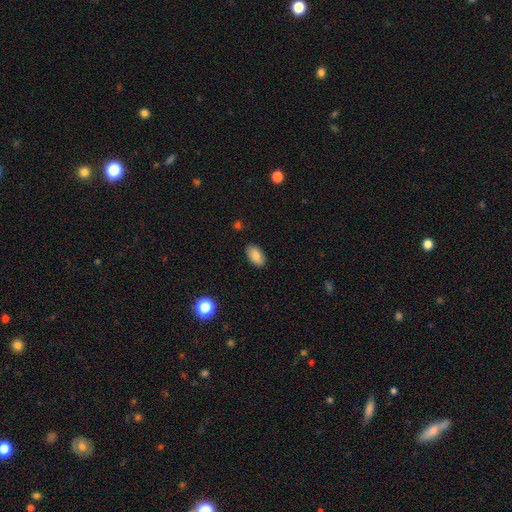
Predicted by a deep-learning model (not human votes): smooth_or_featured: smooth (p=0.84) [alt: featured or disk p=0.08]
how_rounded: in between (p=0.93) [alt: round p=0.04]
merging: none (p=0.87) [alt: minor disturbance p=0.10]